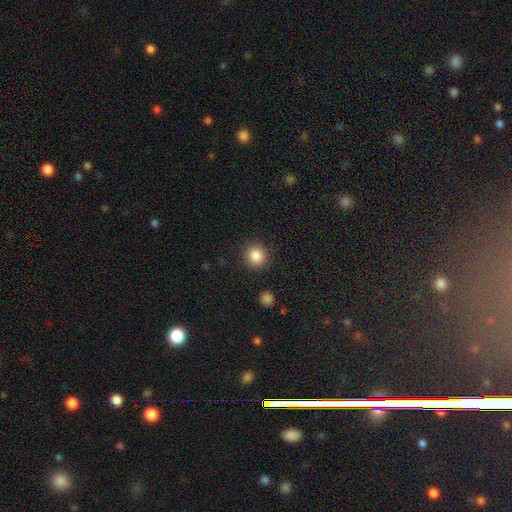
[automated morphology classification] Overall: smooth (86%). How rounded: round (89%). Merging: none (90%).